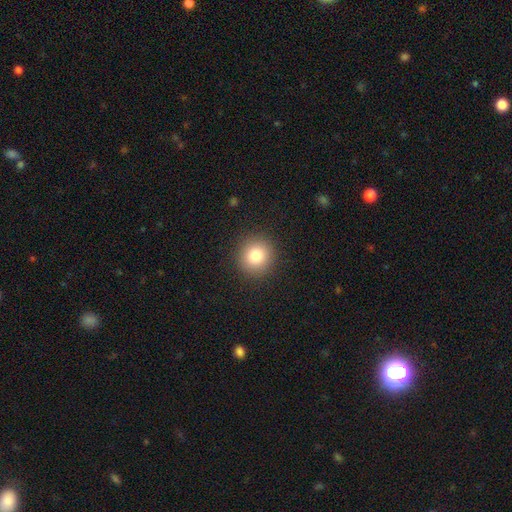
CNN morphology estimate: smooth-or-featured: smooth: 82% | star or artifact: 11% | featured or disk: 7%
  how-rounded: round: 92% | in between: 7% | cigar-shaped: 1%
  merging: none: 91% | minor disturbance: 6% | major disturbance: 2% | merger: 1%